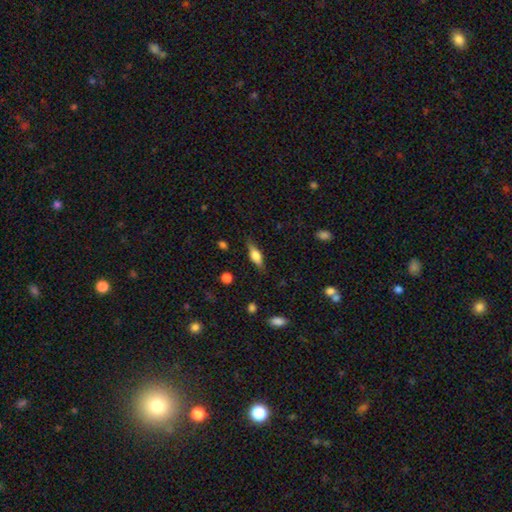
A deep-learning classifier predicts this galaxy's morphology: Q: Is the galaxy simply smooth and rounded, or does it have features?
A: featured or disk — 47%.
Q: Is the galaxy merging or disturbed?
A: none — 83%.